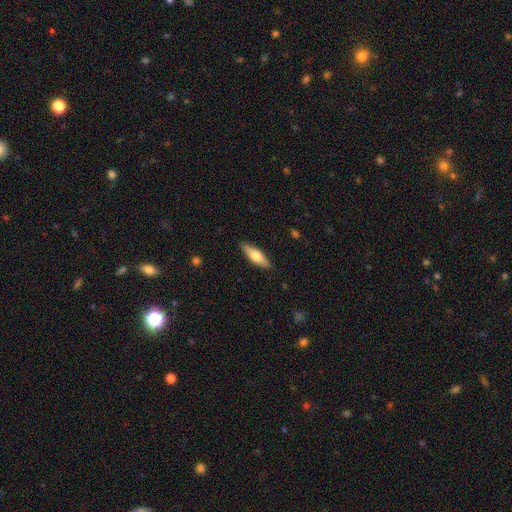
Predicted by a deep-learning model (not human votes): smooth-or-featured: smooth: 57% | featured or disk: 38% | star or artifact: 6%
  how-rounded: cigar-shaped: 57% | in between: 41% | round: 2%
  merging: none: 89% | minor disturbance: 9% | major disturbance: 2% | merger: 1%